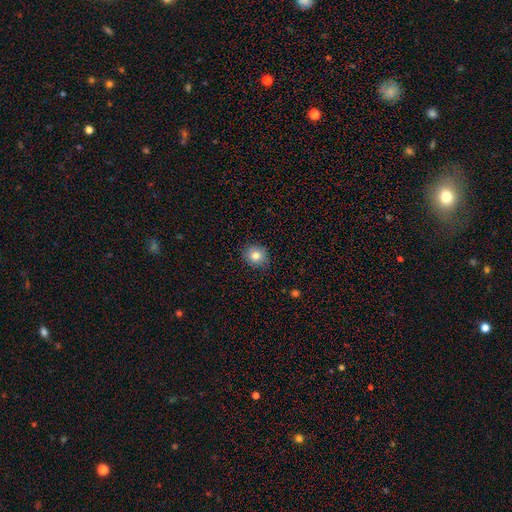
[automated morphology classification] Smooth or featured? smooth (81%)
How rounded? round (78%)
Merging? none (88%)